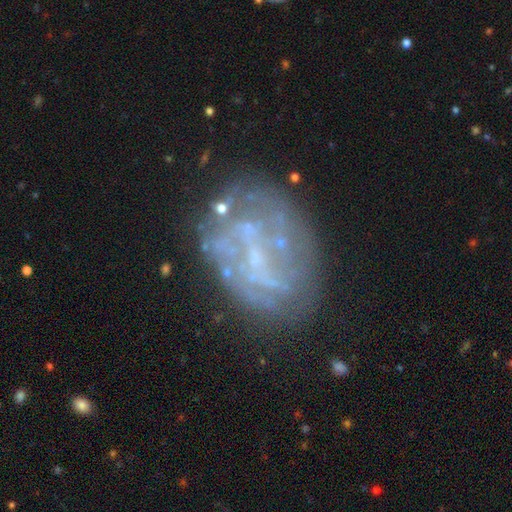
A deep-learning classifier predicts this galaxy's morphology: smooth-or-featured: featured or disk: 71% | smooth: 16% | star or artifact: 13%
  disk-edge-on: no: 98% | yes: 2%
    bar: no: 57% | weak: 31% | strong: 12%
    has-spiral-arms: no: 54% | yes: 46%
    bulge-size: small: 48% | none: 43% | moderate: 7% | large: 1% | dominant: 1%
  merging: none: 62% | minor disturbance: 18% | major disturbance: 15% | merger: 5%